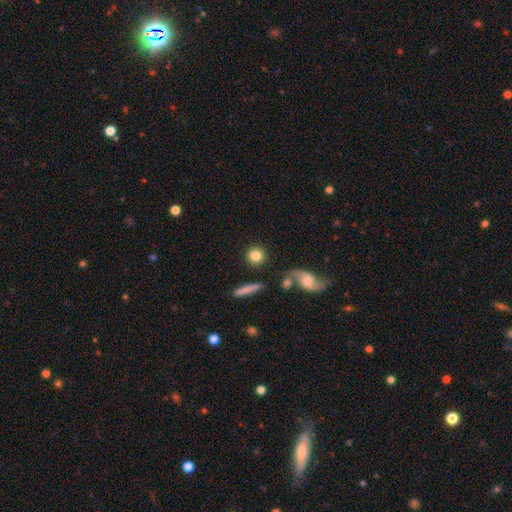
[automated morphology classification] type=smooth (83%); roundness=round (89%); merging=none (84%).